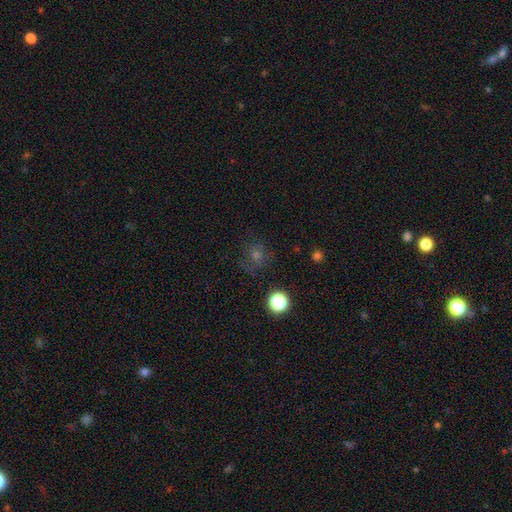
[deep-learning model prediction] smooth-or-featured: smooth: 49% | star or artifact: 35% | featured or disk: 16%
  merging: none: 76% | minor disturbance: 14% | major disturbance: 7% | merger: 2%